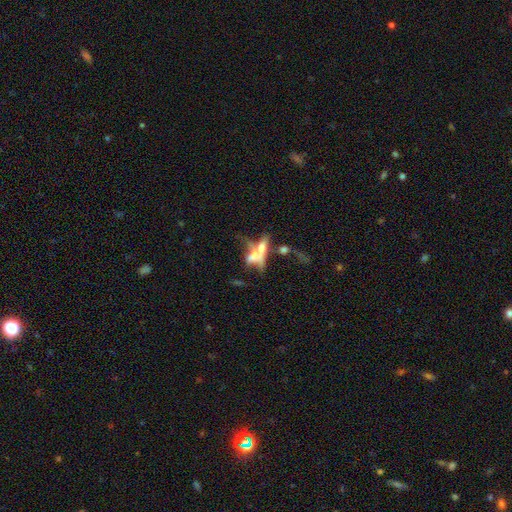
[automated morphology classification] This appears to be a featured or disk galaxy (44%). Merging: merger (53%).